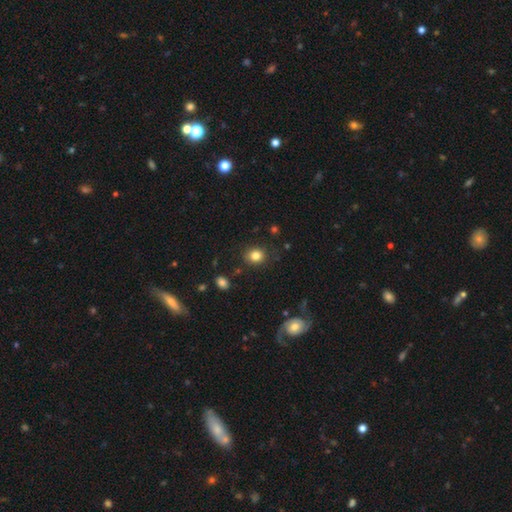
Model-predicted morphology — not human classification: The model was most divided on "how rounded": round: 72%, in between: 27%, cigar-shaped: 1%. More confident: merging — none (85%); smooth or featured — smooth (83%).